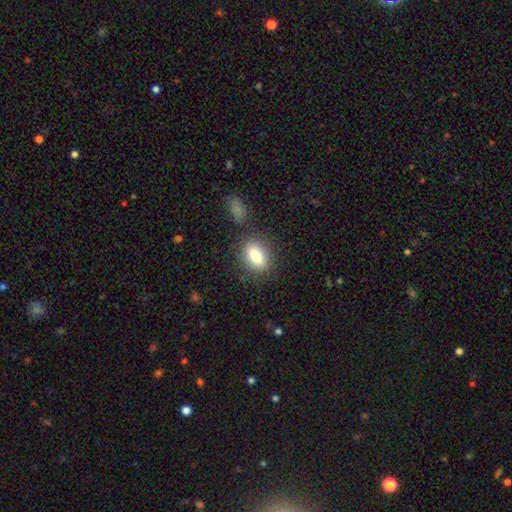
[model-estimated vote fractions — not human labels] Morphology: type=smooth (84%); roundness=in between (84%); merging=none (77%).